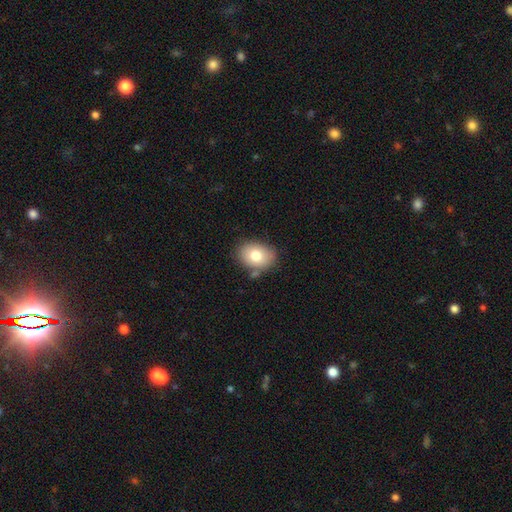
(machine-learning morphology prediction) Smooth or featured: smooth — 77% (featured or disk — 14%)
How rounded: in between — 68% (round — 31%)
Merging: none — 74% (minor disturbance — 15%)